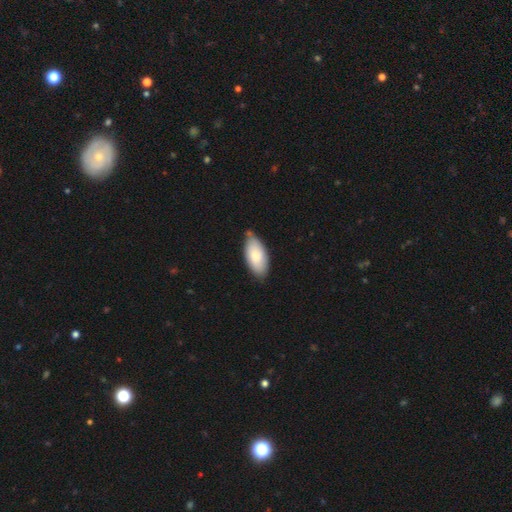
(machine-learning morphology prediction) smooth_or_featured: smooth (p=0.81) [alt: featured or disk p=0.13]
how_rounded: in between (p=0.93) [alt: cigar-shaped p=0.06]
merging: none (p=0.63) [alt: minor disturbance p=0.29]